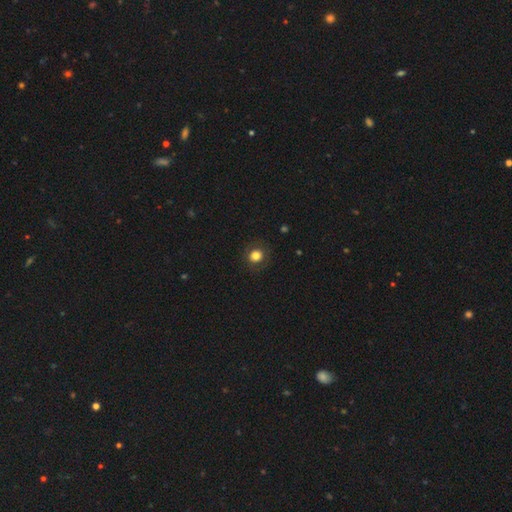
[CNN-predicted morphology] This is likely a smooth galaxy (79%). How rounded: clearly round (85%). Merging: clearly none (86%).